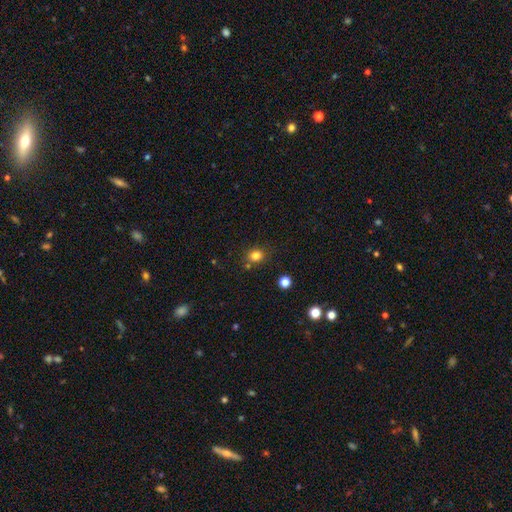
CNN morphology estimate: This is clearly a smooth galaxy (81%). How rounded: likely round (76%). Merging: clearly none (80%).